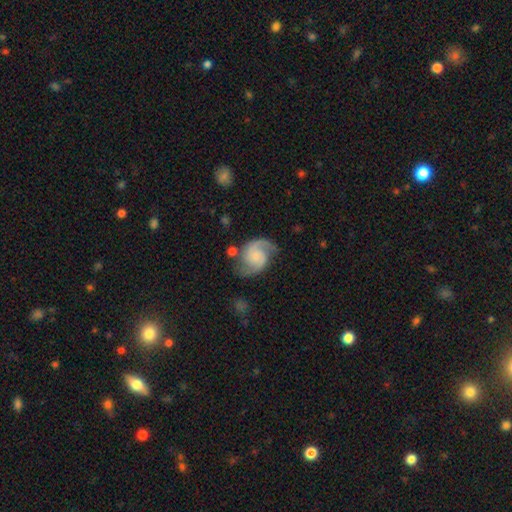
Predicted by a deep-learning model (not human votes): featured or disk 85%, smooth 10%, star or artifact 6%. Down the decision tree: edge-on disk — no (98%); bar — no (67%); spiral arms — yes (97%); spiral arm count — 2 (91%); spiral winding — medium (53%); bulge size — small (51%); merging — none (69%).